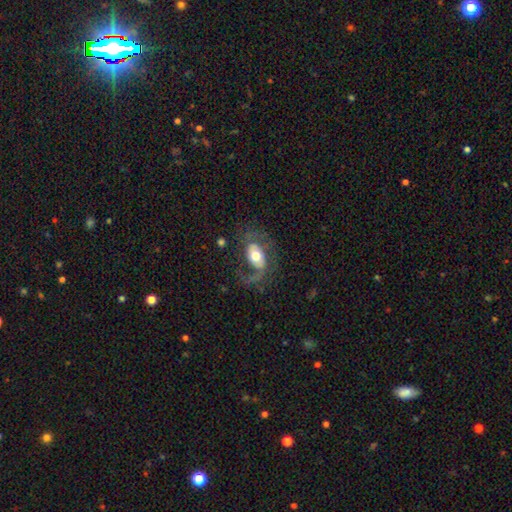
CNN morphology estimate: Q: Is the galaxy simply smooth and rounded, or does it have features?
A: featured or disk — 70%.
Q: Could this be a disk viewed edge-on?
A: no — 95%.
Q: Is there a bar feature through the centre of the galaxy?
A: no — 51%.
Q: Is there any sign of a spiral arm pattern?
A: yes — 83%.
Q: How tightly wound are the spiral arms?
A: loose — 44%.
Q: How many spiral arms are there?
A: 2 — 68%.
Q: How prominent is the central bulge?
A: moderate — 62%.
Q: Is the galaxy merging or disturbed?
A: none — 55%.